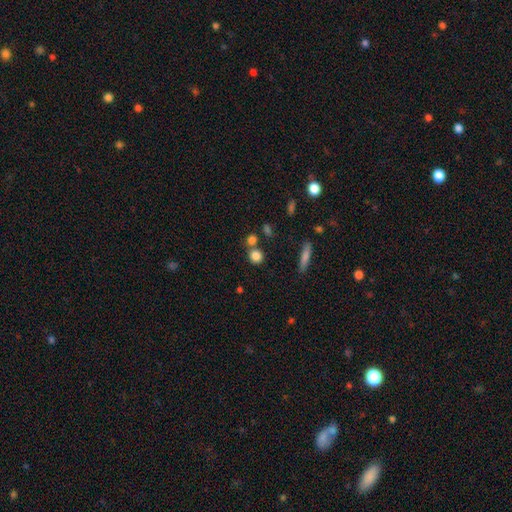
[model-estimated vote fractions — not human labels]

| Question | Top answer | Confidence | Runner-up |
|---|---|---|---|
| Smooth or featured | smooth | 82% | star or artifact (11%) |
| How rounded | round | 85% | in between (12%) |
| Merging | none | 63% | merger (24%) |